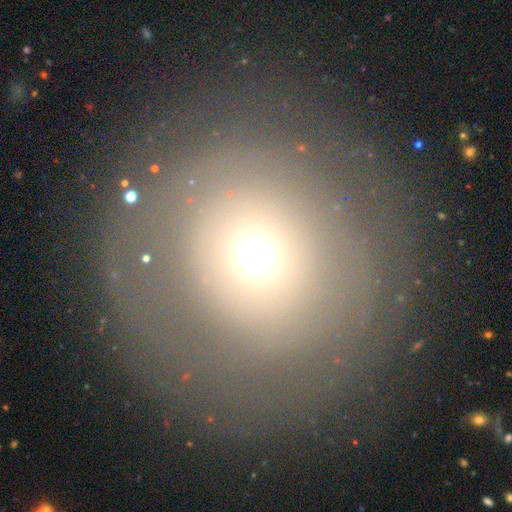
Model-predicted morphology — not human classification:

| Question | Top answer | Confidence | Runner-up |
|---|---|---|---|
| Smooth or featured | smooth | 50% | featured or disk (34%) |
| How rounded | round | 85% | in between (14%) |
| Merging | none | 60% | major disturbance (22%) |